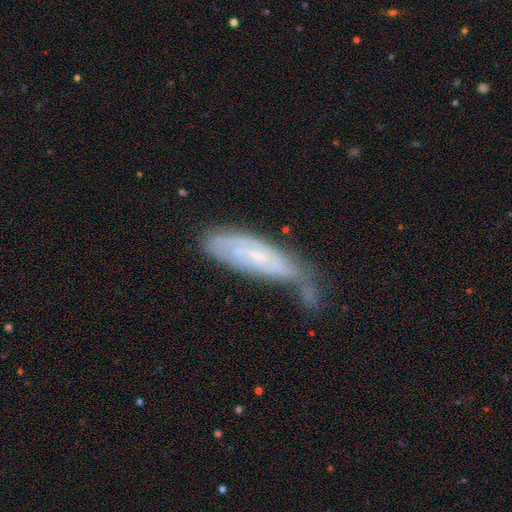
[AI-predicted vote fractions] Smooth or featured: featured or disk — 59% (smooth — 33%)
Edge-on disk: no — 80% (yes — 20%)
Merging: minor disturbance — 32% (none — 31%)